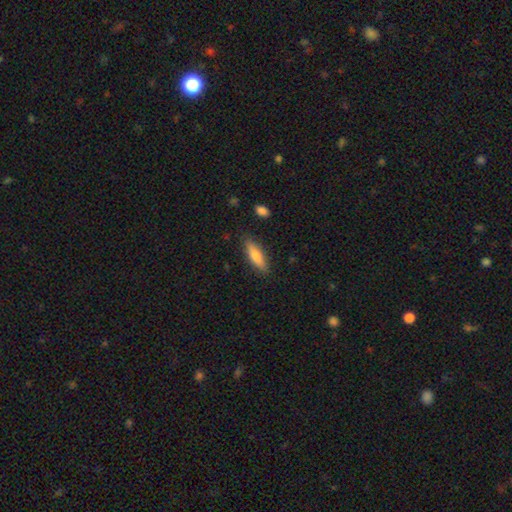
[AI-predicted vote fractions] Q: Smooth or featured?
A: smooth (76%); runner-up: featured or disk (18%)
Q: How rounded?
A: cigar-shaped (58%); runner-up: in between (40%)
Q: Merging?
A: none (86%); runner-up: minor disturbance (11%)